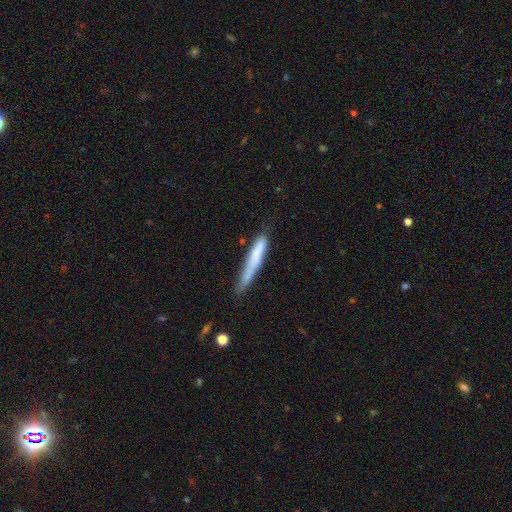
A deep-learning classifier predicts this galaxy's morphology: smooth_or_featured: smooth (p=0.68) [alt: featured or disk p=0.25]
how_rounded: cigar-shaped (p=0.94) [alt: in between p=0.05]
merging: none (p=0.64) [alt: minor disturbance p=0.25]